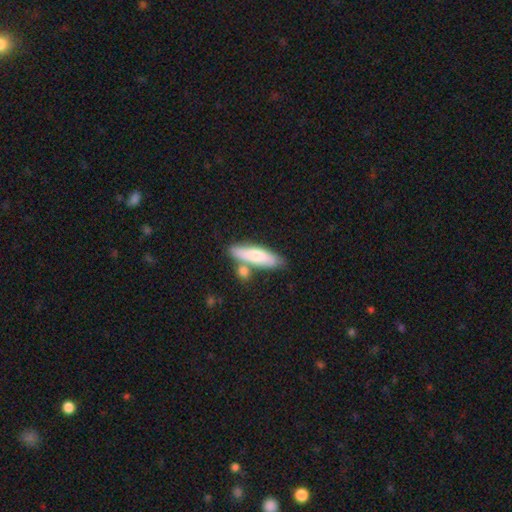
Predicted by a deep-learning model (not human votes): Smooth or featured? Predicted: smooth (p=0.71). How rounded? Predicted: cigar-shaped (p=0.60). Merging? Predicted: none (p=0.62).